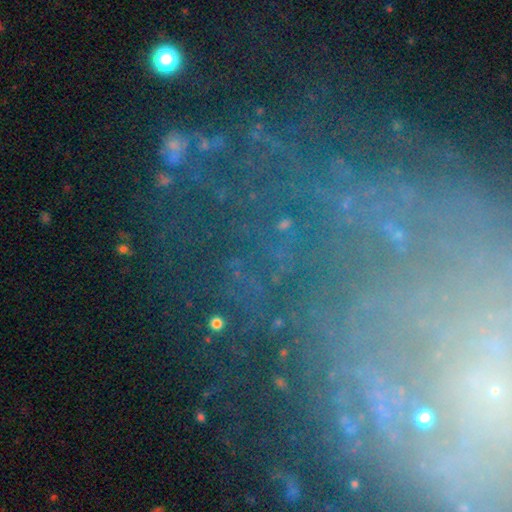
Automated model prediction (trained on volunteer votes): star or artifact 44%, featured or disk 40%, smooth 16%.